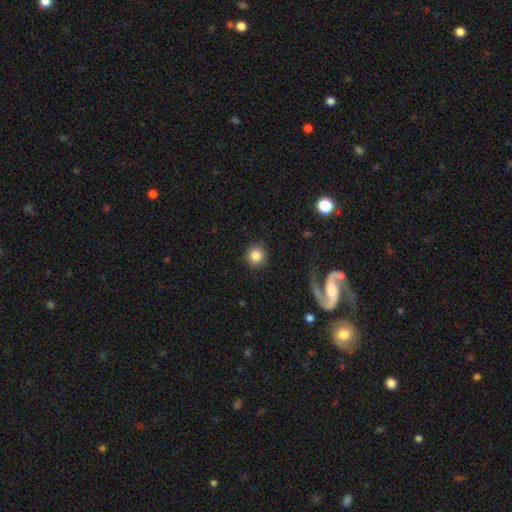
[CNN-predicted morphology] Smooth or featured? Predicted: smooth (p=0.86). How rounded? Predicted: round (p=0.91). Merging? Predicted: none (p=0.90).